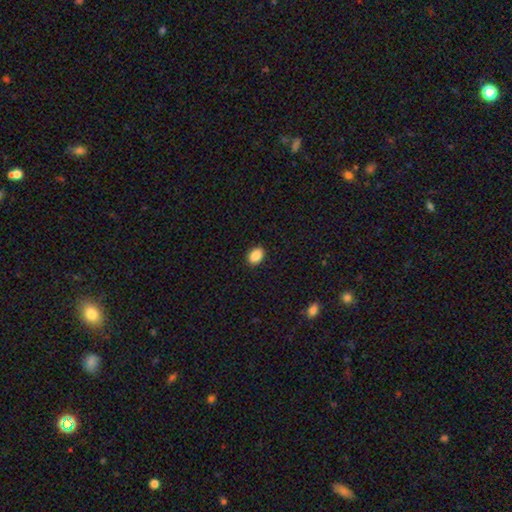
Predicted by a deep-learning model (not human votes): Q: Smooth or featured?
A: smooth (89%); runner-up: star or artifact (8%)
Q: How rounded?
A: in between (77%); runner-up: round (21%)
Q: Merging?
A: none (90%); runner-up: minor disturbance (7%)